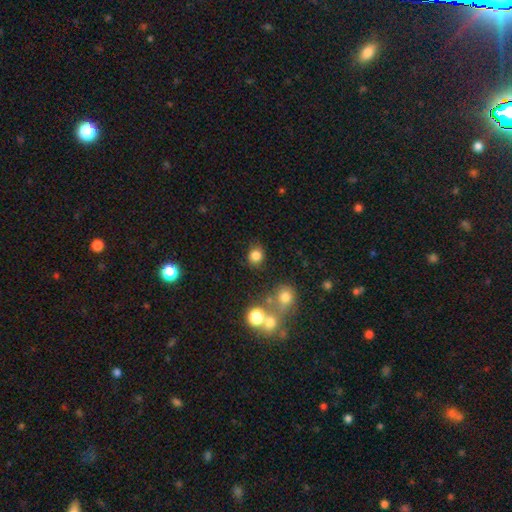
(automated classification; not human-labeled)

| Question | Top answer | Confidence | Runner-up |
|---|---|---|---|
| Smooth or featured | smooth | 82% | star or artifact (13%) |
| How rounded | round | 80% | in between (19%) |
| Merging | none | 80% | minor disturbance (11%) |